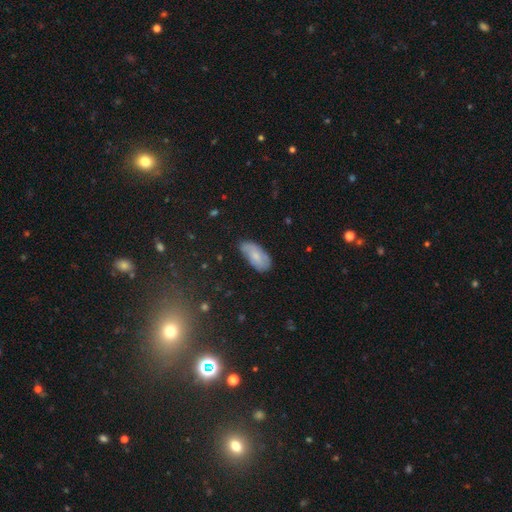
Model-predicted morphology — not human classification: type=smooth (63%); roundness=in between (92%); merging=none (67%).